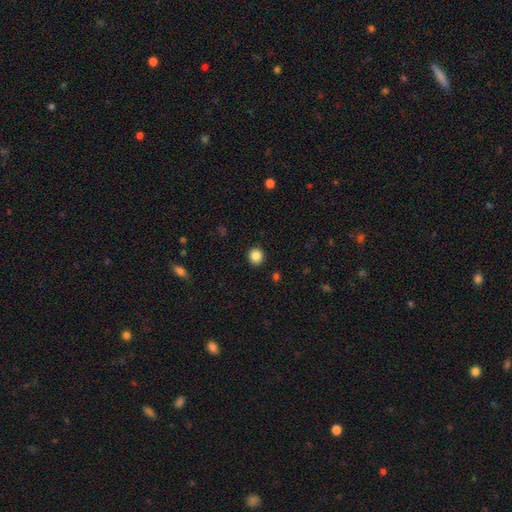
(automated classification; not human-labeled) A smooth galaxy with no disk features (86%) that is round (89%). Merging: none (92%).